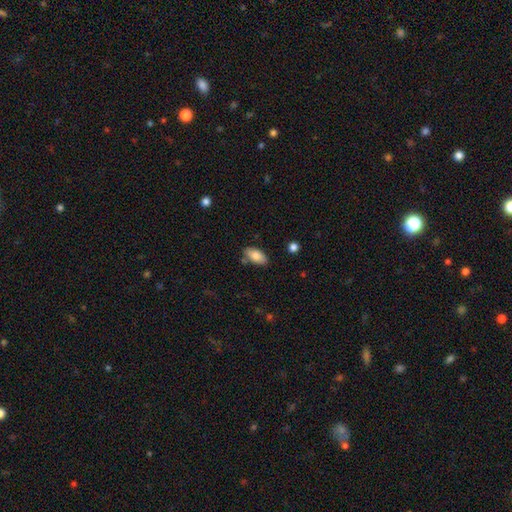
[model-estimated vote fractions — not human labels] Smooth or featured? Predicted: smooth (p=0.82). How rounded? Predicted: in between (p=0.92). Merging? Predicted: none (p=0.78).